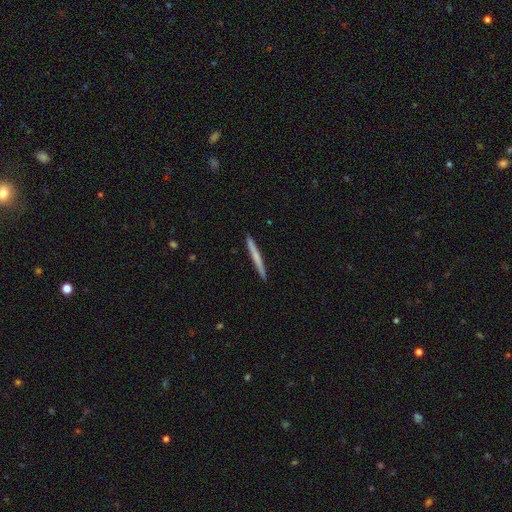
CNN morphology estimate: smooth_or_featured: smooth (p=0.57) [alt: featured or disk p=0.38]
how_rounded: cigar-shaped (p=0.97) [alt: in between p=0.02]
merging: none (p=0.92) [alt: minor disturbance p=0.05]